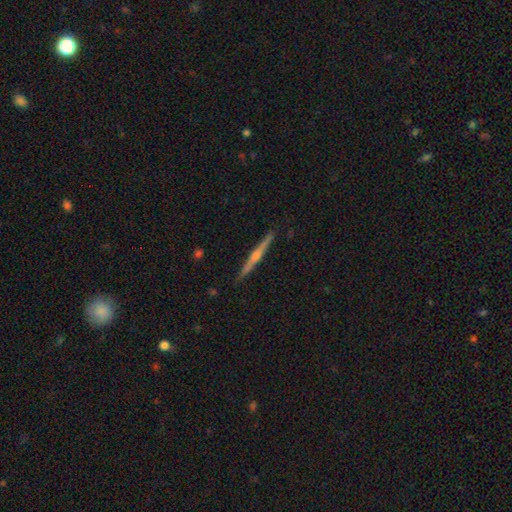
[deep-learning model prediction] Smooth or featured? Predicted: featured or disk (p=0.74). Edge-on disk? Predicted: yes (p=0.98). Edge-on bulge? Predicted: rounded (p=0.80). Merging? Predicted: none (p=0.91).